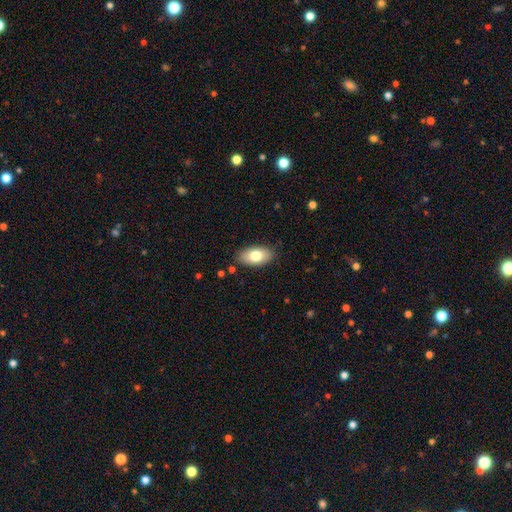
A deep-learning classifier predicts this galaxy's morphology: smooth 77%, featured or disk 16%, star or artifact 7%. Down the decision tree: how rounded — in between (93%); merging — none (86%).